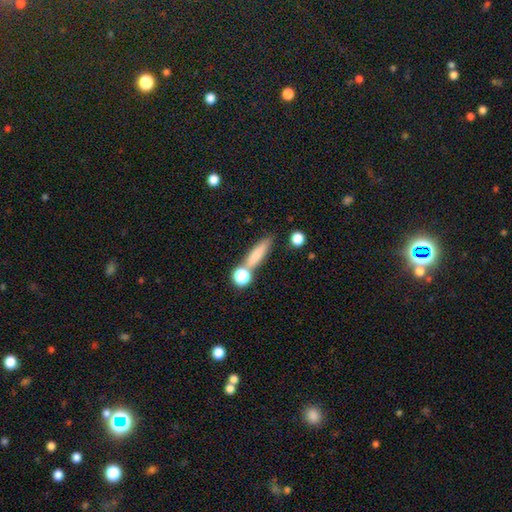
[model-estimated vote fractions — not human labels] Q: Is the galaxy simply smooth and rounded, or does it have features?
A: smooth — 74%.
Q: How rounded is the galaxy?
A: cigar-shaped — 66%.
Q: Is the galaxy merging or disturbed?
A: none — 66%.